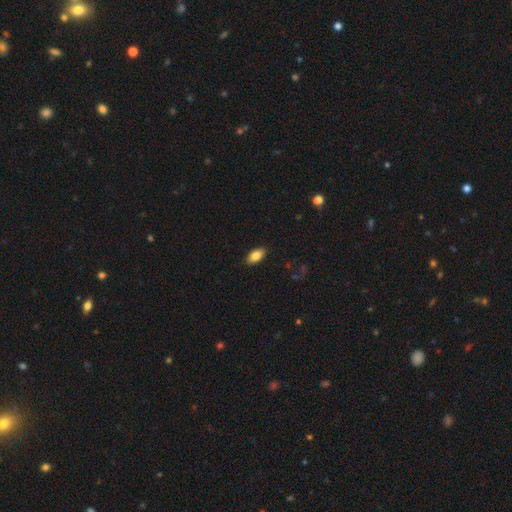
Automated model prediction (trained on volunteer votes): Overall: smooth (84%). How rounded: in between (92%). Merging: none (89%).